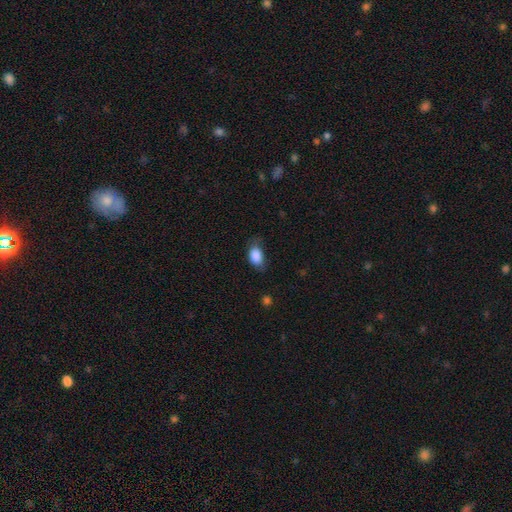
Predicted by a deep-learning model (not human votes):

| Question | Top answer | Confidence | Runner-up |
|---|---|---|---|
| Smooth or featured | smooth | 87% | star or artifact (7%) |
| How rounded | in between | 89% | round (8%) |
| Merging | none | 62% | minor disturbance (28%) |